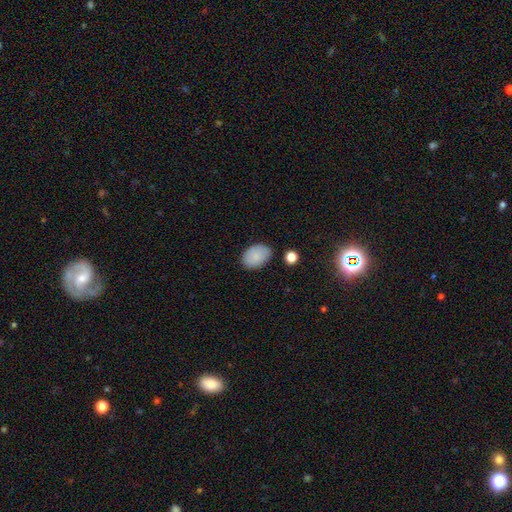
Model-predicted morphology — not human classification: A smooth galaxy with no disk features (88%) that is in between round and cigar-shaped (85%).

Vote fractions:
- Smooth or featured? smooth: 88% / star or artifact: 7% / featured or disk: 5%
- How rounded? in between: 85% / round: 14% / cigar-shaped: 1%
- Merging? none: 81% / minor disturbance: 14% / major disturbance: 3% / merger: 2%